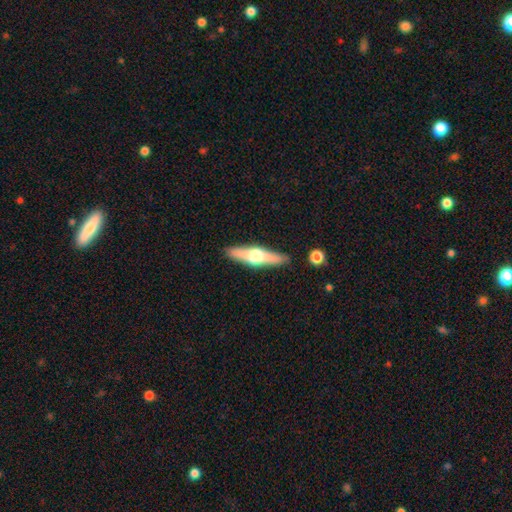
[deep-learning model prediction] Smooth or featured?
  - featured or disk: 62% *
  - smooth: 32%
  - star or artifact: 5%
Edge-on disk?
  - yes: 95% *
  - no: 5%
Edge-on bulge?
  - rounded: 95% *
  - boxy: 3%
  - none: 2%
Merging?
  - none: 89% *
  - minor disturbance: 8%
  - major disturbance: 2%
  - merger: 2%